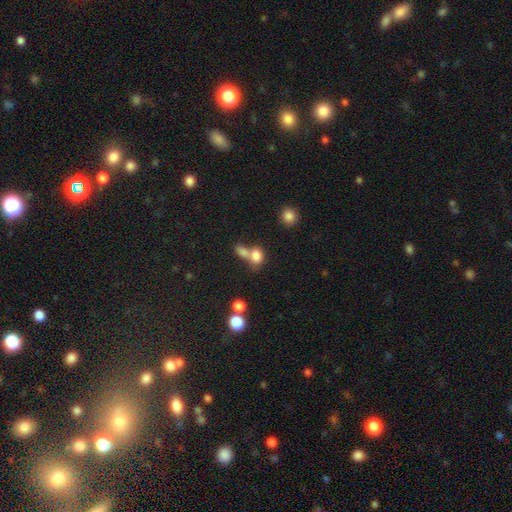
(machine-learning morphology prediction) A smooth galaxy with no disk features (78%) that is in between round and cigar-shaped (61%).

Vote fractions:
- Smooth or featured? smooth: 78% / star or artifact: 12% / featured or disk: 10%
- How rounded? in between: 61% / round: 36% / cigar-shaped: 2%
- Merging? merger: 57% / none: 29% / minor disturbance: 9% / major disturbance: 5%